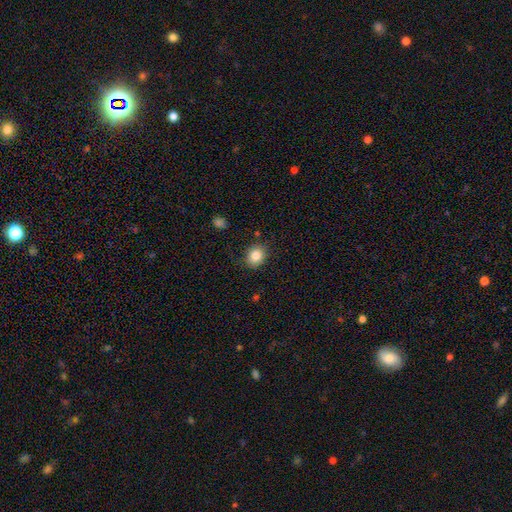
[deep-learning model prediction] Q: Smooth or featured?
A: smooth (84%); runner-up: star or artifact (9%)
Q: How rounded?
A: round (63%); runner-up: in between (36%)
Q: Merging?
A: none (85%); runner-up: minor disturbance (11%)